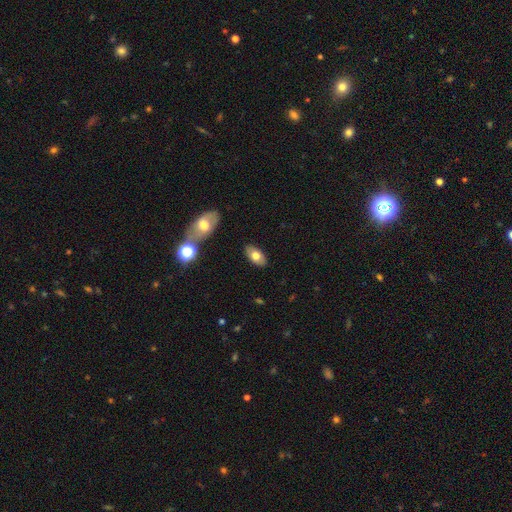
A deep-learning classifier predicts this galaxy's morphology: Smooth or featured? Predicted: smooth (p=0.71). How rounded? Predicted: in between (p=0.92). Merging? Predicted: none (p=0.87).